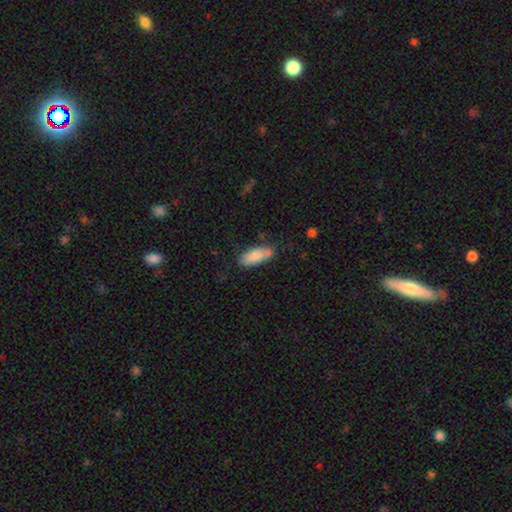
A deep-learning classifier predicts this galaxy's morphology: A smooth galaxy with no disk features (84%) that is in between round and cigar-shaped (81%). Merging: none (71%).